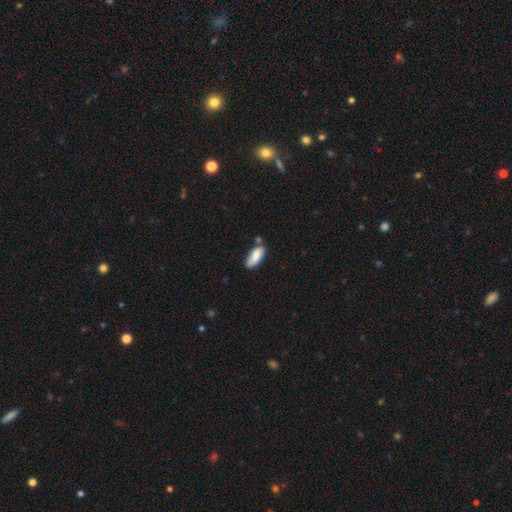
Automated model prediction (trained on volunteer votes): Q: Smooth or featured?
A: smooth (85%); runner-up: featured or disk (9%)
Q: How rounded?
A: in between (75%); runner-up: cigar-shaped (23%)
Q: Merging?
A: none (64%); runner-up: minor disturbance (21%)